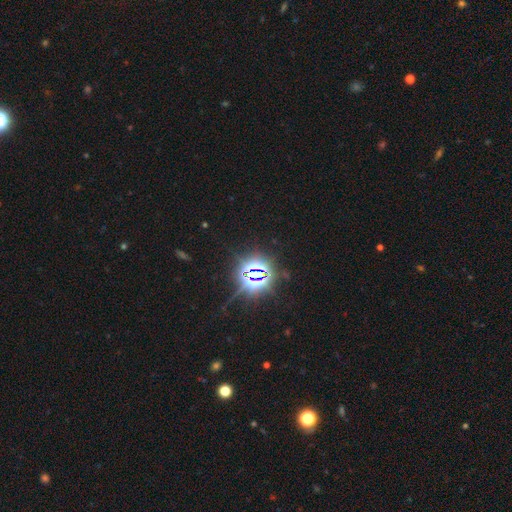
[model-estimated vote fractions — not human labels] A star or artifact, not a galaxy (84%).

Vote fractions:
- Smooth or featured? star or artifact: 84% / smooth: 9% / featured or disk: 6%